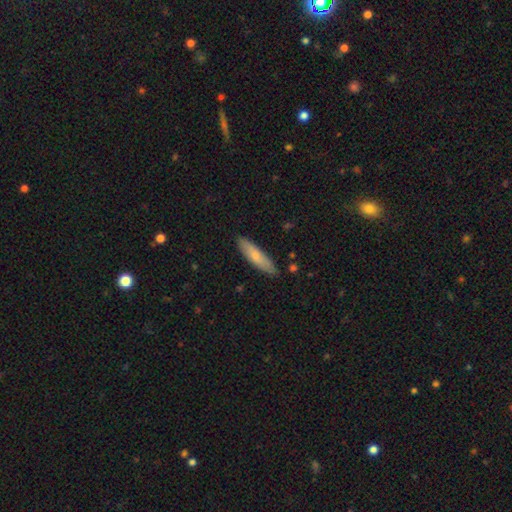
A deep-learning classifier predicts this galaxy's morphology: A smooth galaxy with no disk features (73%) that is cigar-shaped (71%).

Vote fractions:
- Smooth or featured? smooth: 73% / featured or disk: 22% / star or artifact: 5%
- How rounded? cigar-shaped: 71% / in between: 27% / round: 2%
- Merging? none: 86% / minor disturbance: 11% / major disturbance: 2% / merger: 1%